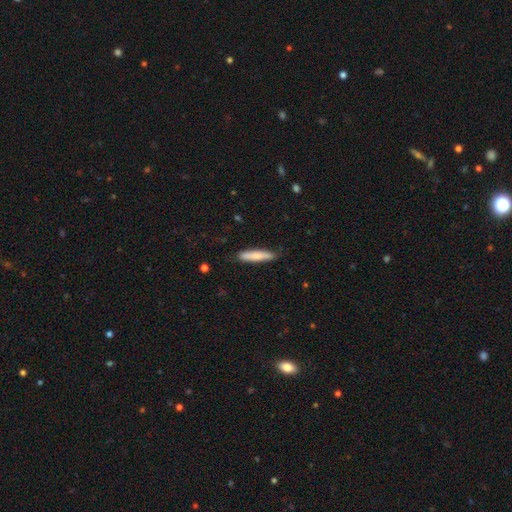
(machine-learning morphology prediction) Smooth or featured: smooth — 77% (featured or disk — 18%)
How rounded: cigar-shaped — 86% (in between — 13%)
Merging: none — 83% (minor disturbance — 14%)